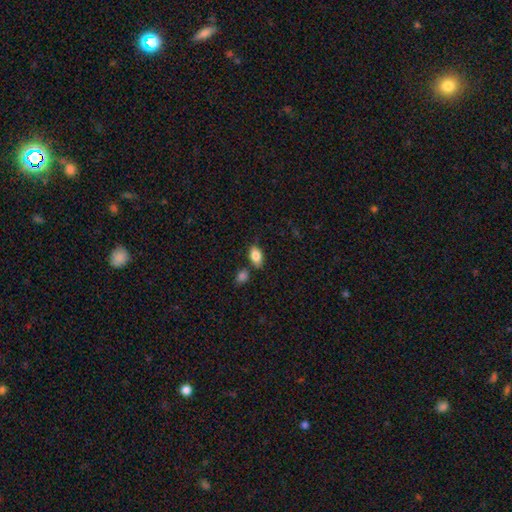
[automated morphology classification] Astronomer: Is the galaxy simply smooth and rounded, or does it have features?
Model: smooth — 83%.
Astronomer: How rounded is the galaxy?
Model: in between — 90%.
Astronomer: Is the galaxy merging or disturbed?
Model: none — 72%.